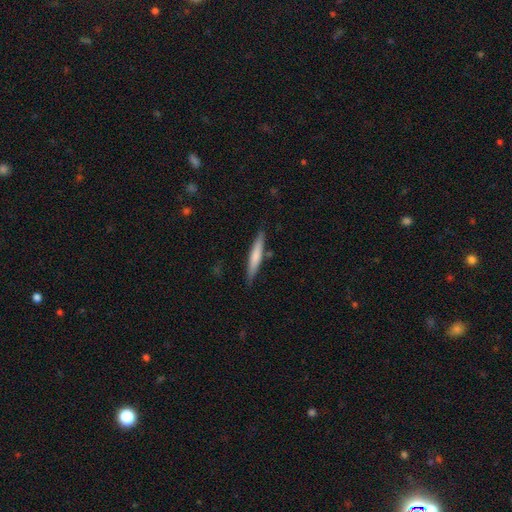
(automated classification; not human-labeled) Smooth or featured? smooth (67%)
How rounded? cigar-shaped (93%)
Merging? none (84%)